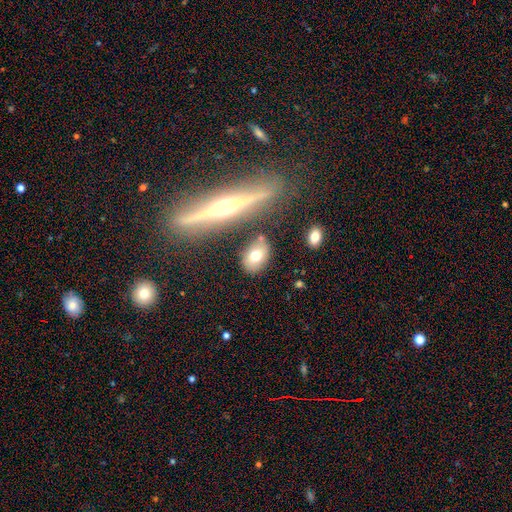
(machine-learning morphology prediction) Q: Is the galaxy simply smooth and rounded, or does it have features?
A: smooth — 66%.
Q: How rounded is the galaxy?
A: in between — 70%.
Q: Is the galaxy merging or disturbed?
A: none — 76%.